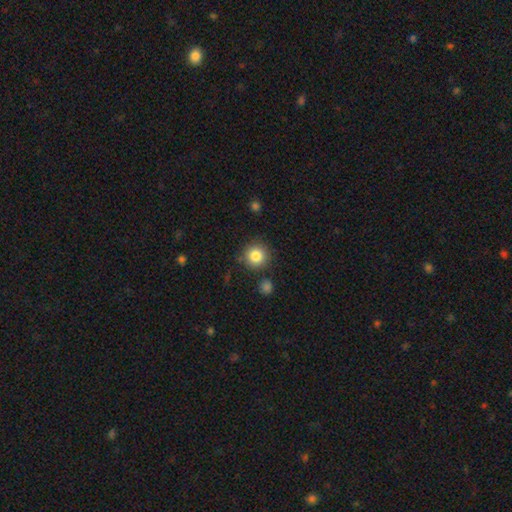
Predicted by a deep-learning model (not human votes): Smooth or featured: smooth — 84% (star or artifact — 10%)
How rounded: round — 94% (in between — 5%)
Merging: none — 85% (minor disturbance — 8%)